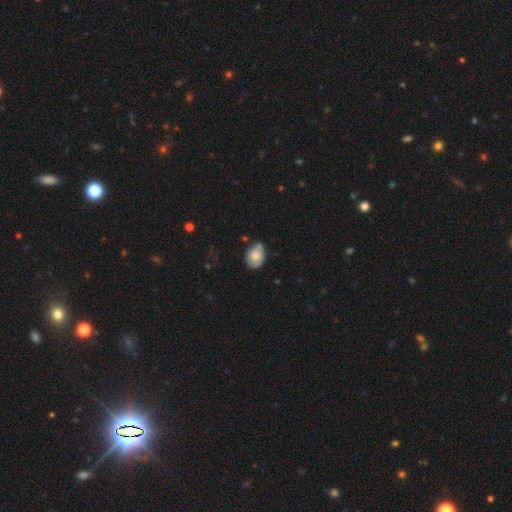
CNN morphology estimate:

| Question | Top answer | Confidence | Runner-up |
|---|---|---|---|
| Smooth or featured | smooth | 78% | featured or disk (14%) |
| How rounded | in between | 66% | round (33%) |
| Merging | none | 57% | minor disturbance (32%) |